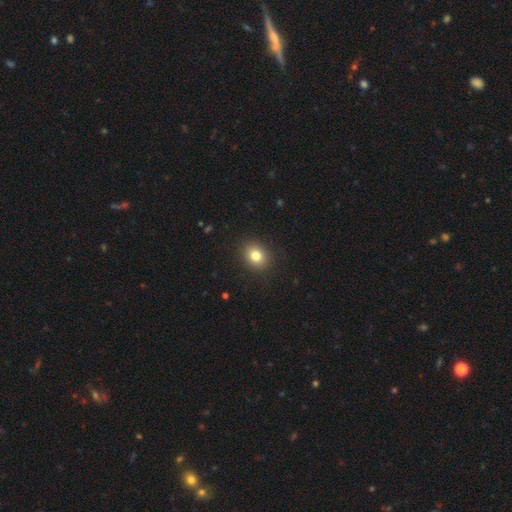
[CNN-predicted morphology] Smooth or featured? smooth (81%)
How rounded? round (60%)
Merging? none (90%)